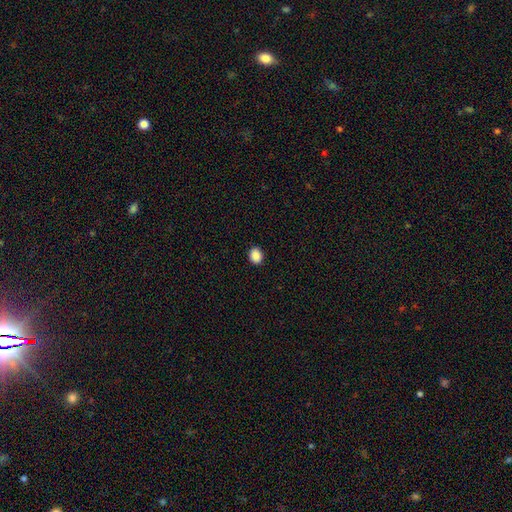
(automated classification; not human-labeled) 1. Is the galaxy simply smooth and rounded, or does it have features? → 89% smooth, 9% star or artifact, 2% featured or disk.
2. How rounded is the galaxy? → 51% round, 49% in between, 1% cigar-shaped.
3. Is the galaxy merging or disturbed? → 91% none, 6% minor disturbance, 2% major disturbance, 1% merger.